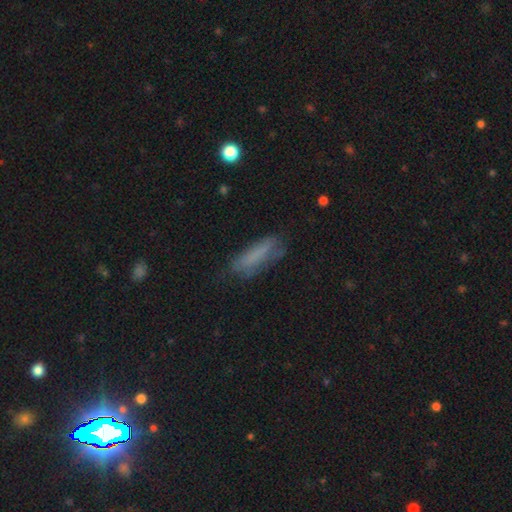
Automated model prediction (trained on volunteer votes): Smooth or featured? smooth (68%)
How rounded? cigar-shaped (62%)
Merging? none (63%)